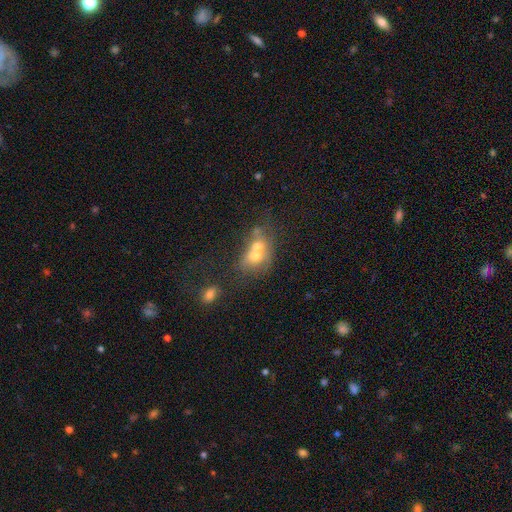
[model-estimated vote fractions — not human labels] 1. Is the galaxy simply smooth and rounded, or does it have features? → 57% smooth, 29% featured or disk, 14% star or artifact.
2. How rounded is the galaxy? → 53% round, 45% in between, 2% cigar-shaped.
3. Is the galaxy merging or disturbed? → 67% merger, 20% none, 8% minor disturbance, 6% major disturbance.